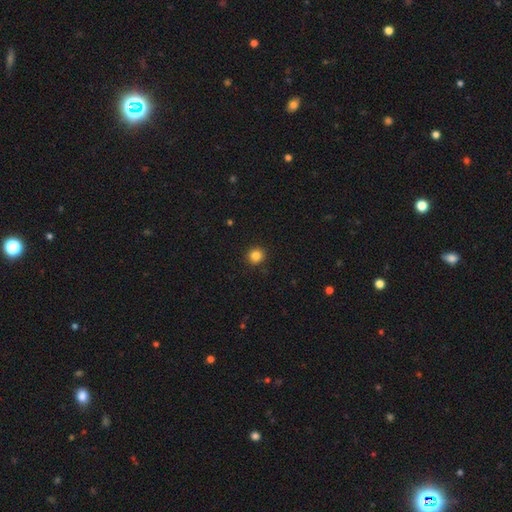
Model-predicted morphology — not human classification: Smooth or featured?
  - smooth: 84% *
  - star or artifact: 12%
  - featured or disk: 4%
How rounded?
  - round: 93% *
  - in between: 6%
  - cigar-shaped: 1%
Merging?
  - none: 92% *
  - minor disturbance: 5%
  - major disturbance: 2%
  - merger: 1%